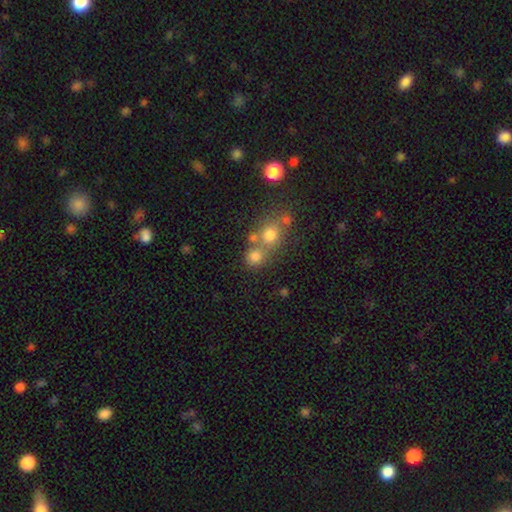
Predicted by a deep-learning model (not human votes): smooth 67%, star or artifact 19%, featured or disk 14%. Down the decision tree: how rounded — round (83%); merging — none (50%).